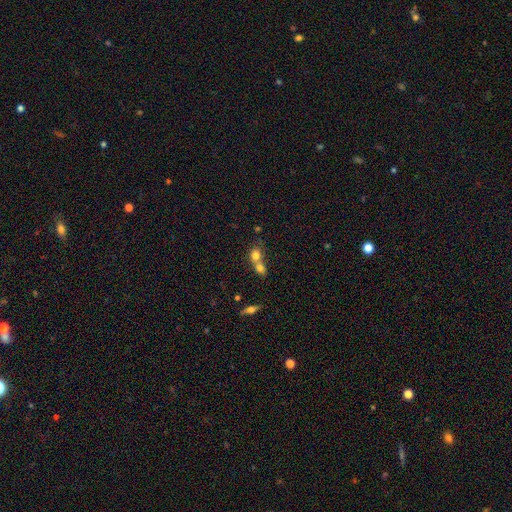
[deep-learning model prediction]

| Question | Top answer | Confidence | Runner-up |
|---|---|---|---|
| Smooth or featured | smooth | 74% | featured or disk (15%) |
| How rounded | round | 64% | in between (34%) |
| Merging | merger | 66% | none (26%) |